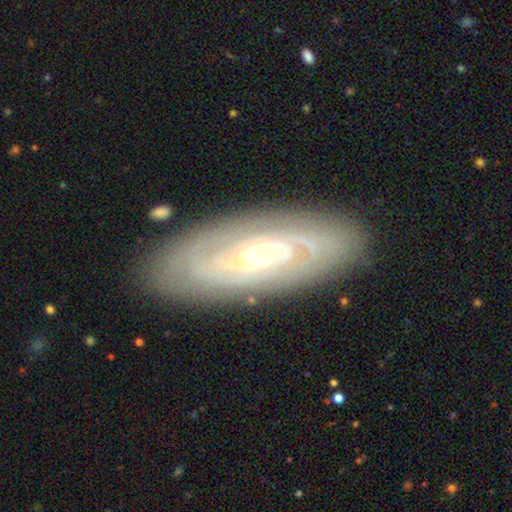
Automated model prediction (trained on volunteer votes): Q: Smooth or featured?
A: featured or disk (79%); runner-up: smooth (15%)
Q: Edge-on disk?
A: no (87%); runner-up: yes (13%)
Q: Bar?
A: no (59%); runner-up: weak (30%)
Q: Spiral arms?
A: yes (84%); runner-up: no (16%)
Q: Spiral winding?
A: tight (66%); runner-up: medium (25%)
Q: Spiral arm count?
A: can't tell (43%); runner-up: 2 (37%)
Q: Bulge size?
A: moderate (51%); runner-up: small (44%)
Q: Merging?
A: none (86%); runner-up: minor disturbance (10%)